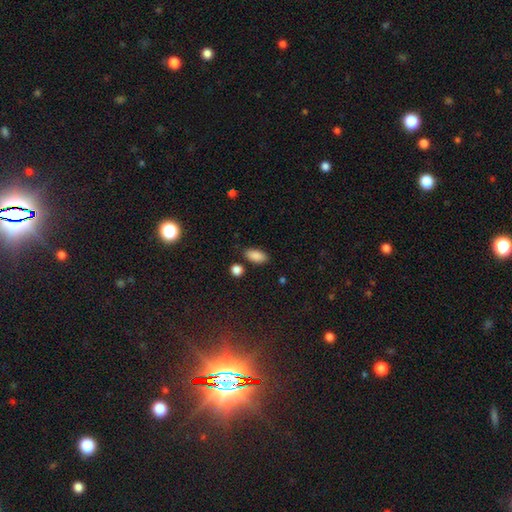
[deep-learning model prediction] A smooth galaxy with no disk features (87%) that is in between round and cigar-shaped (89%).

Vote fractions:
- Smooth or featured? smooth: 87% / star or artifact: 8% / featured or disk: 5%
- How rounded? in between: 89% / cigar-shaped: 7% / round: 4%
- Merging? none: 81% / minor disturbance: 12% / merger: 4% / major disturbance: 3%